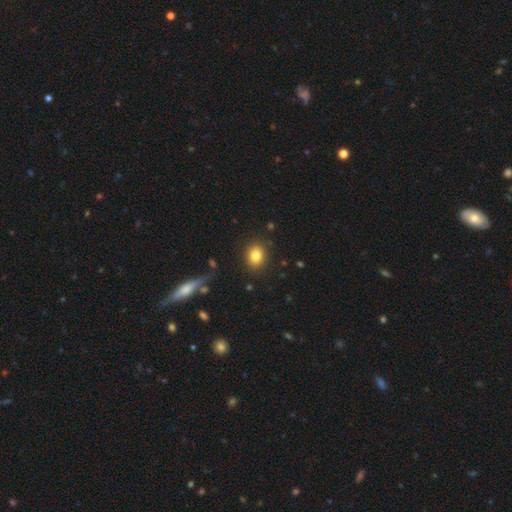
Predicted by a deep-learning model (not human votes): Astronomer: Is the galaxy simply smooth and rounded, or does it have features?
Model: smooth — 81%.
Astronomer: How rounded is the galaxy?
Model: round — 53% (runner-up: in between, 46%).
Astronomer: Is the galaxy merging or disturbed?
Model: none — 88%.